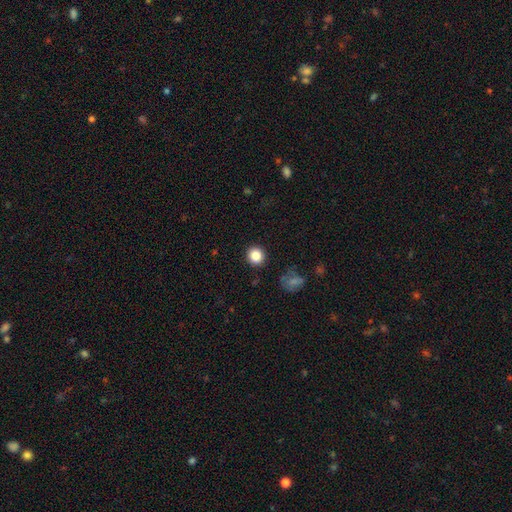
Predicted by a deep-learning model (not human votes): Overall: smooth (85%). How rounded: round (90%). Merging: none (90%).